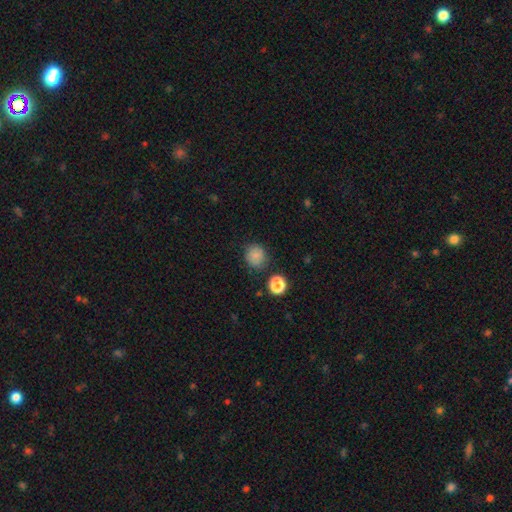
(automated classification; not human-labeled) smooth 82%, star or artifact 12%, featured or disk 6%. Down the decision tree: how rounded — round (85%); merging — none (80%).